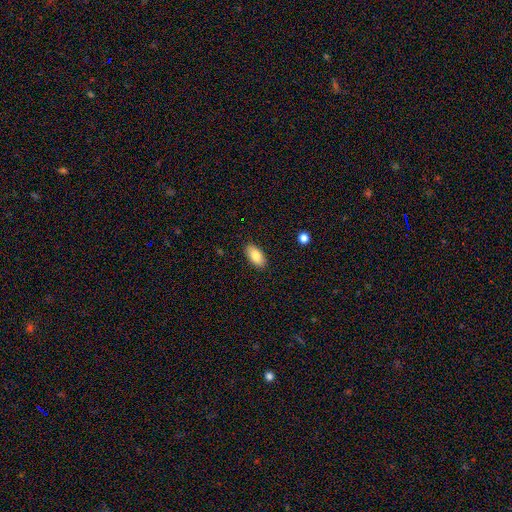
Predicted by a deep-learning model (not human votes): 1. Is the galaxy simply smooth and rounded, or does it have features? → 84% smooth, 9% featured or disk, 7% star or artifact.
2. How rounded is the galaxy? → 92% in between, 4% cigar-shaped, 3% round.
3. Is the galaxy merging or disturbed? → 88% none, 8% minor disturbance, 2% major disturbance, 1% merger.